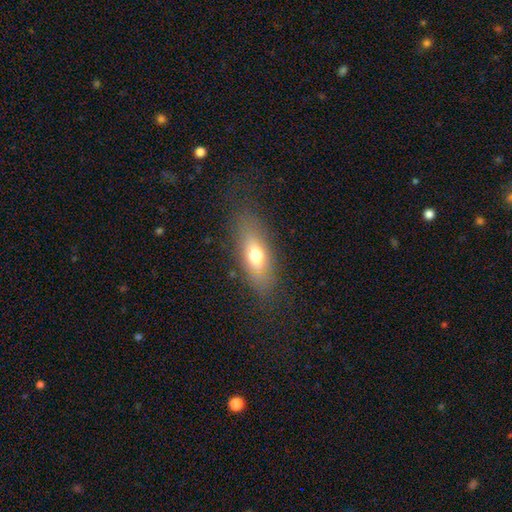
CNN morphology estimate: This is likely a smooth galaxy (65%). How rounded: likely in between (72%). Merging: likely none (75%).